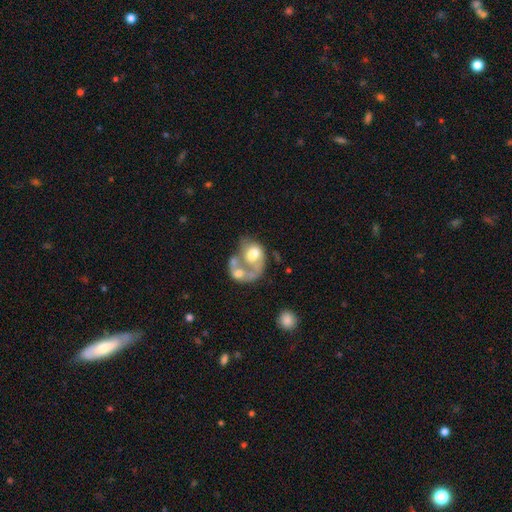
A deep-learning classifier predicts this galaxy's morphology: Smooth or featured? Predicted: featured or disk (p=0.53). Edge-on disk? Predicted: no (p=0.97). Bar? Predicted: no (p=0.84). Spiral arms? Predicted: no (p=0.74). Bulge size? Predicted: moderate (p=0.44). Merging? Predicted: merger (p=0.56).